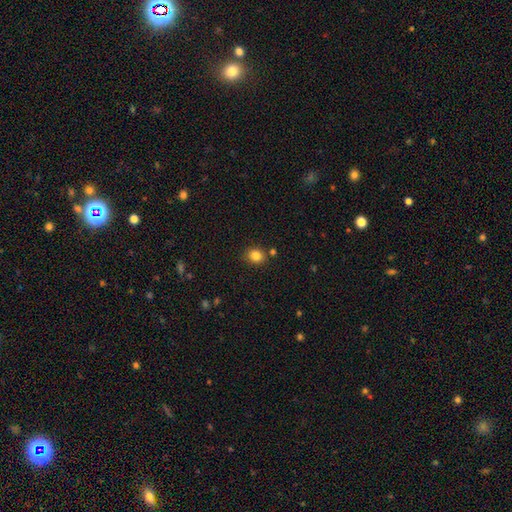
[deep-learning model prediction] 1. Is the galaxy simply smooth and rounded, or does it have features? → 83% smooth, 12% star or artifact, 5% featured or disk.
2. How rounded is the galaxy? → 68% round, 31% in between, 1% cigar-shaped.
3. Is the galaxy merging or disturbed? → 84% none, 10% minor disturbance, 5% merger, 2% major disturbance.